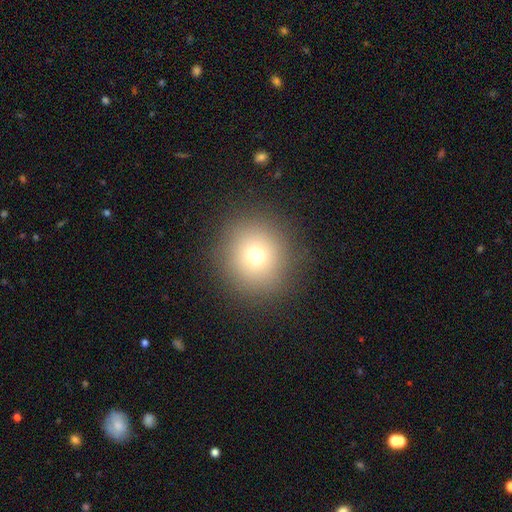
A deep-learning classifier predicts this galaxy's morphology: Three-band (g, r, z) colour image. It shows a smooth galaxy with no disk features (72%) that is round (91%). Merging: none (89%).